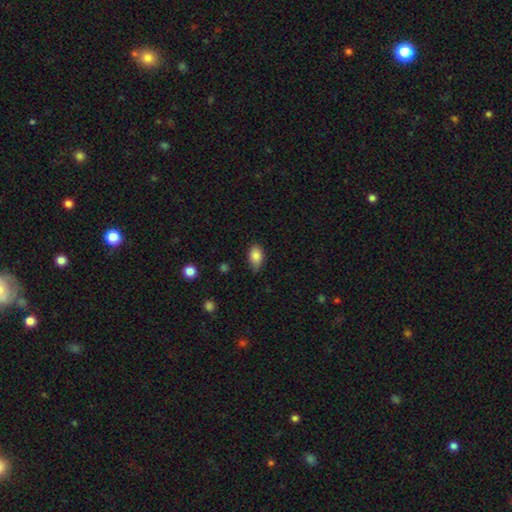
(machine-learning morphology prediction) This is clearly a smooth galaxy (84%). How rounded: clearly in between (88%). Merging: likely none (67%).